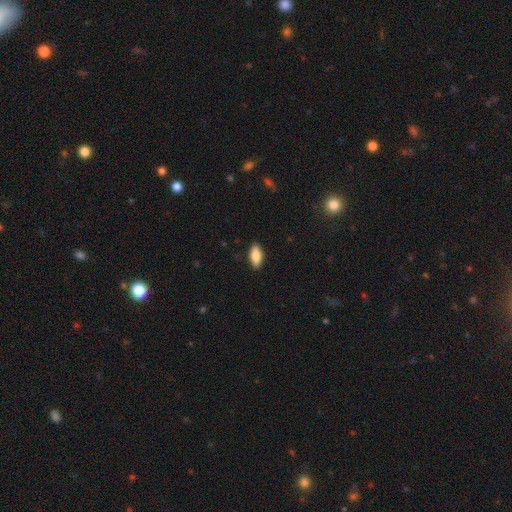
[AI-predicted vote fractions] This appears to be a smooth galaxy with no disk features (86%) that is in between round and cigar-shaped (86%). Merging: none (88%).